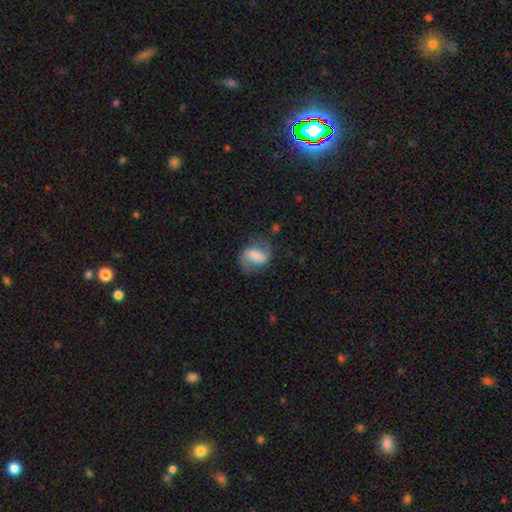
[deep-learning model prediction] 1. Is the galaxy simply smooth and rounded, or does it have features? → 56% featured or disk, 36% smooth, 8% star or artifact.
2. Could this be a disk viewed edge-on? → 96% no, 4% yes.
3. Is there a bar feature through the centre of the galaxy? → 43% strong, 38% weak, 19% no.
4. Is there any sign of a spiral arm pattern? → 82% yes, 18% no.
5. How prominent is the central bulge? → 30% moderate, 29% small, 22% none, 16% large, 4% dominant.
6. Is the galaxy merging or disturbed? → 62% none, 22% minor disturbance, 13% major disturbance, 2% merger.